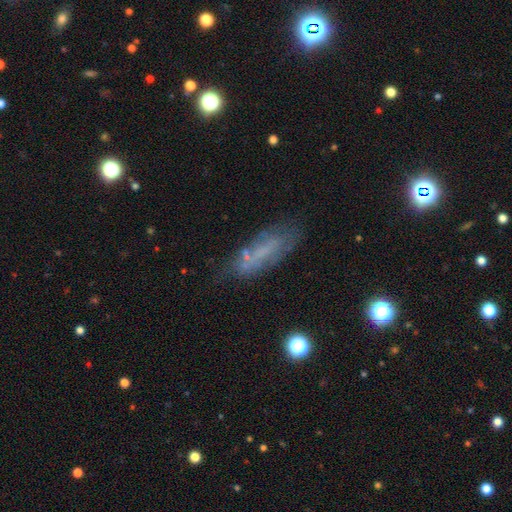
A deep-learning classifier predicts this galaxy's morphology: This appears to be a smooth galaxy with no disk features (44%). Merging: none (66%).